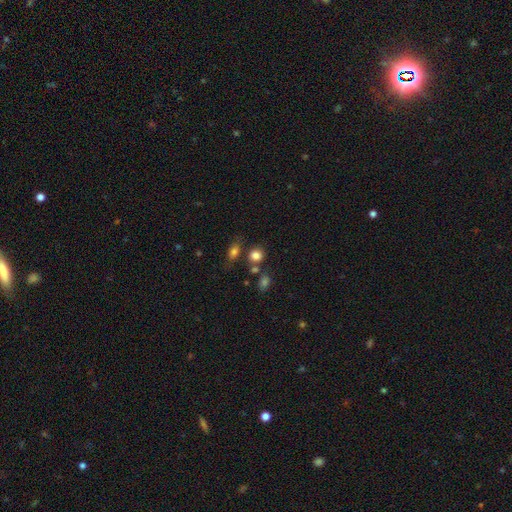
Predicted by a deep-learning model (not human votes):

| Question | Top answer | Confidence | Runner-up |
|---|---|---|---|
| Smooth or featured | smooth | 81% | star or artifact (12%) |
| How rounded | round | 75% | in between (24%) |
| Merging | none | 68% | merger (15%) |